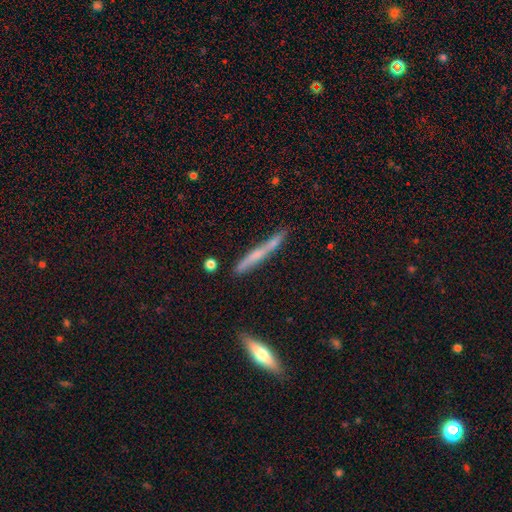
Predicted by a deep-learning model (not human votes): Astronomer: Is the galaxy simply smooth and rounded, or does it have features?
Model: smooth — 49% (runner-up: featured or disk, 44%).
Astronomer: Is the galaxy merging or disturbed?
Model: none — 76%.